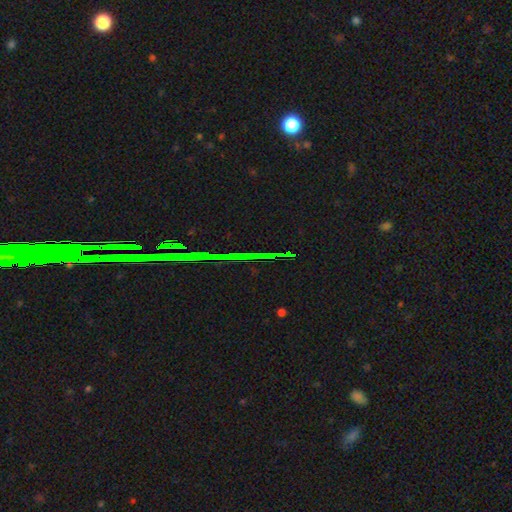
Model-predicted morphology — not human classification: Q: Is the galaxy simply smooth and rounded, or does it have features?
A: star or artifact — 81%.